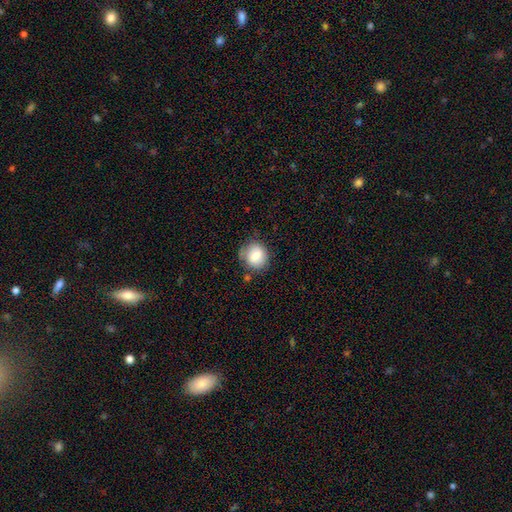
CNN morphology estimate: Overall: smooth (78%). How rounded: round (80%). Merging: none (72%).